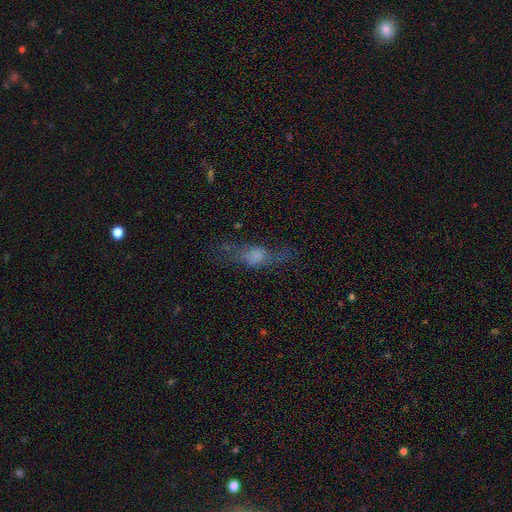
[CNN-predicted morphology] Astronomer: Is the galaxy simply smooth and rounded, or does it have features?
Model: featured or disk — 47% (runner-up: smooth, 37%).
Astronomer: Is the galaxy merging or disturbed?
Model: none — 60%.